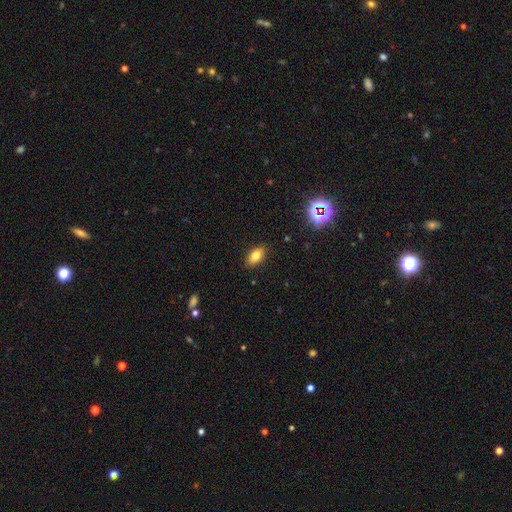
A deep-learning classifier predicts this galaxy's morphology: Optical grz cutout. It shows a smooth galaxy with no disk features (81%) that is in between round and cigar-shaped (89%). Merging: none (87%).